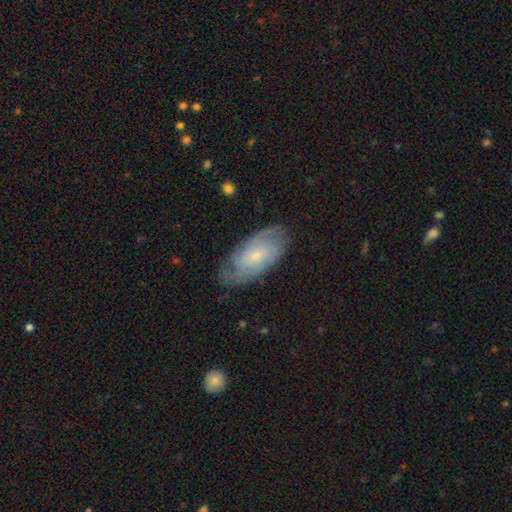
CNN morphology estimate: Smooth or featured? featured or disk (69%)
Edge-on disk? no (94%)
Bar? no (65%)
Spiral arms? yes (91%)
Spiral winding? tight (54%)
Spiral arm count? 2 (40%)
Bulge size? small (74%)
Merging? none (73%)